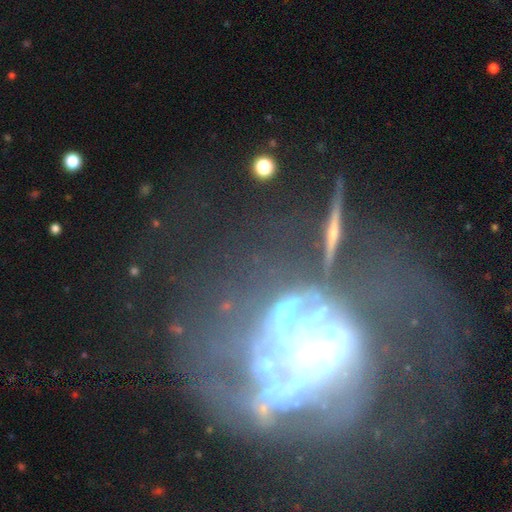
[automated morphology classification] Smooth or featured: featured or disk — 60% (star or artifact — 29%)
Edge-on disk: no — 92% (yes — 8%)
Bar: no — 70% (strong — 15%)
Spiral arms: no — 64% (yes — 36%)
Bulge size: moderate — 30% (none — 23%)
Merging: major disturbance — 46% (none — 23%)